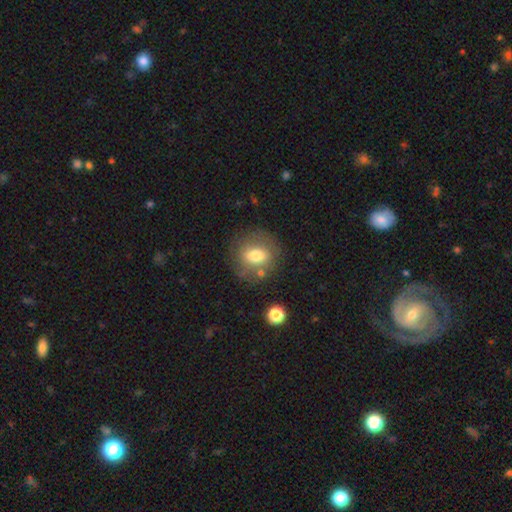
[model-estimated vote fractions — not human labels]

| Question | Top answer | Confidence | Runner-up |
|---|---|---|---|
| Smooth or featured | smooth | 67% | featured or disk (23%) |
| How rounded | round | 66% | in between (33%) |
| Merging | none | 76% | minor disturbance (14%) |